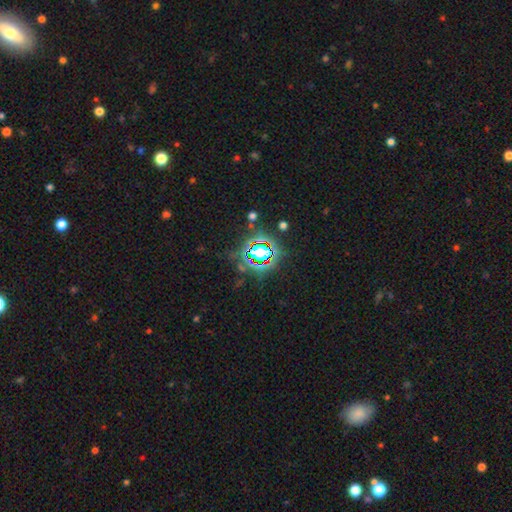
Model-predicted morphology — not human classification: Smooth or featured?
  - star or artifact: 70% *
  - smooth: 18%
  - featured or disk: 12%